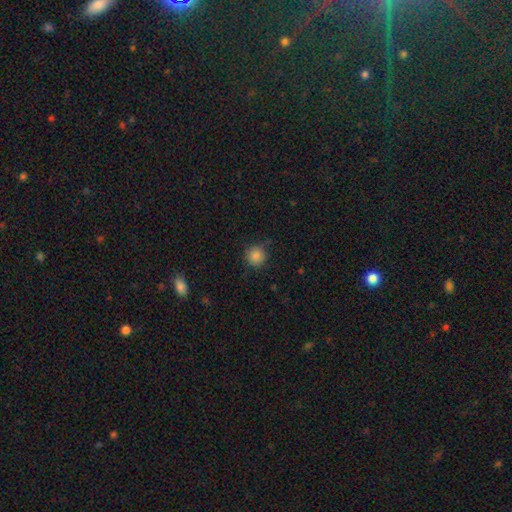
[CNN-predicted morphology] Smooth or featured: smooth — 84% (star or artifact — 11%)
How rounded: round — 93% (in between — 6%)
Merging: none — 82% (minor disturbance — 14%)